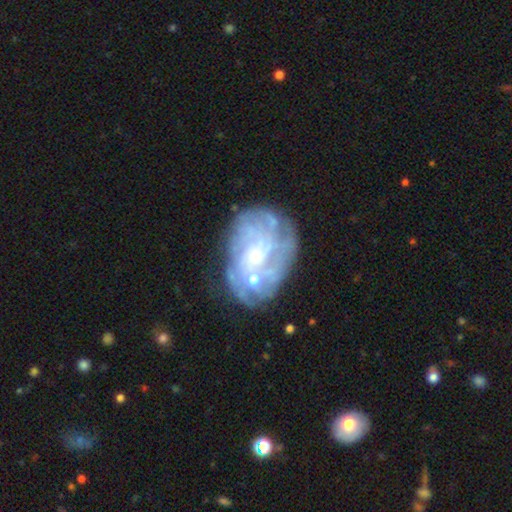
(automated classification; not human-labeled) This is likely a featured or disk galaxy (74%). It is clearly not viewed edge-on (97%). Bar: likely no (78%). Spiral arm pattern: likely yes (71%). Spiral arm count: possibly can't tell (51%). Spiral winding: possibly tight (58%). Central bulge: likely small (69%). Merging: possibly none (53%).